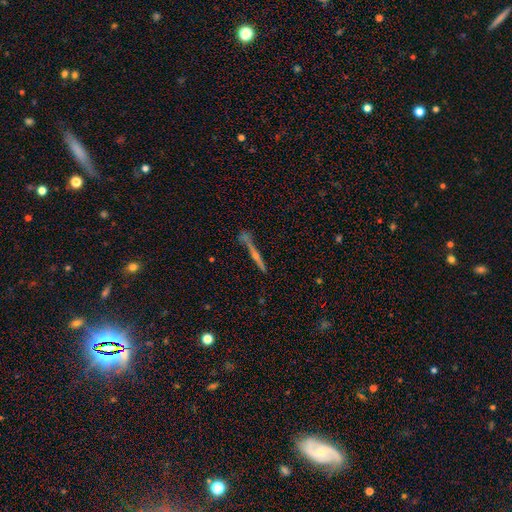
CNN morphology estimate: type=featured or disk (72%); edge-on=yes (96%); edge-on bulge=rounded (76%); merging=none (73%).